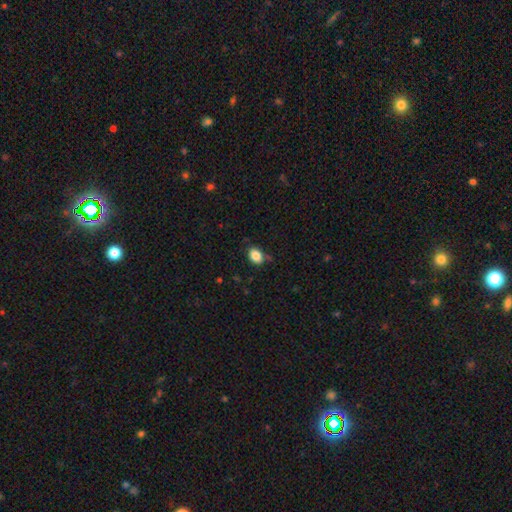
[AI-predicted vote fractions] smooth_or_featured: smooth (p=0.87) [alt: star or artifact p=0.09]
how_rounded: in between (p=0.72) [alt: round p=0.27]
merging: none (p=0.78) [alt: minor disturbance p=0.16]